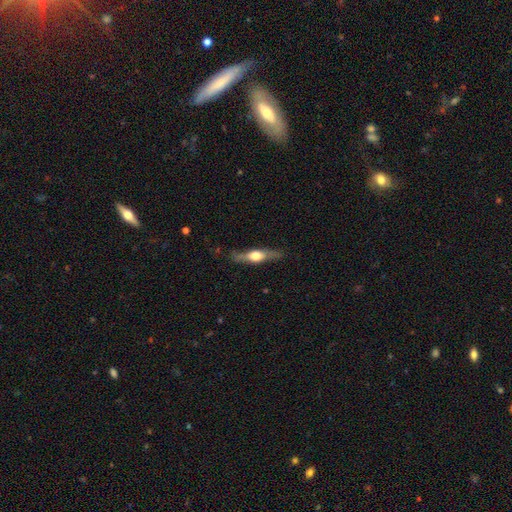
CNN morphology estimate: smooth_or_featured: featured or disk (p=0.65) [alt: smooth p=0.30]
disk_edge_on: yes (p=0.93) [alt: no p=0.07]
edge_on_bulge: rounded (p=0.92) [alt: boxy p=0.06]
merging: none (p=0.82) [alt: minor disturbance p=0.13]